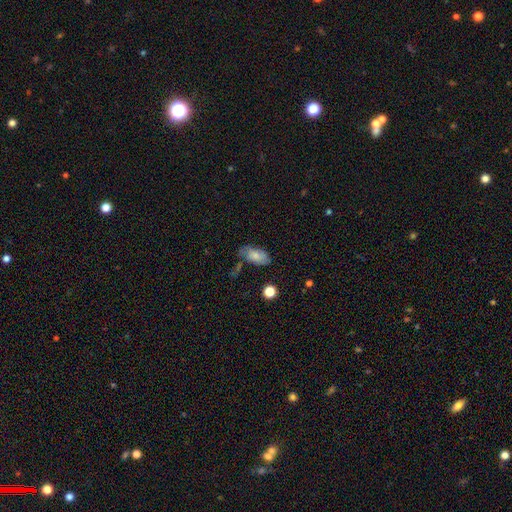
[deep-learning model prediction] The model was most divided on "merging": none: 53%, minor disturbance: 28%, major disturbance: 11%, merger: 8%. More confident: how rounded — in between (90%); smooth or featured — smooth (68%).